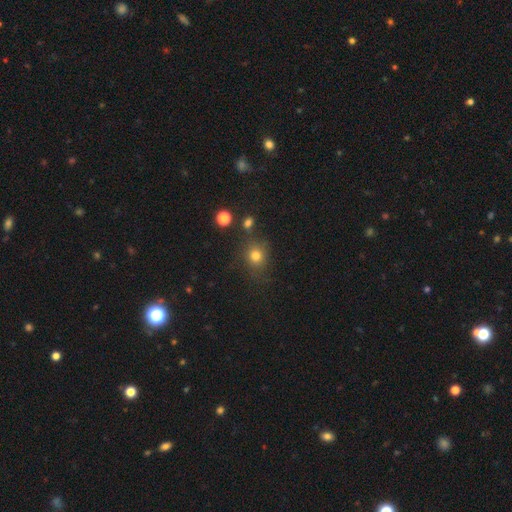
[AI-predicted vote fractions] A smooth galaxy with no disk features (77%) that is round (78%).

Vote fractions:
- Smooth or featured? smooth: 77% / star or artifact: 15% / featured or disk: 8%
- How rounded? round: 78% / in between: 21% / cigar-shaped: 1%
- Merging? none: 75% / minor disturbance: 14% / major disturbance: 6% / merger: 5%